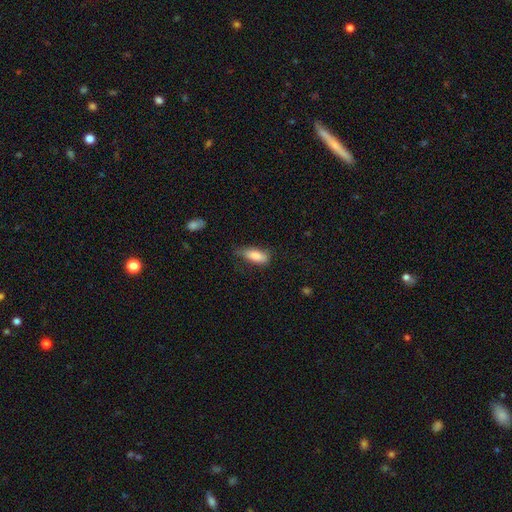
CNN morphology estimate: smooth_or_featured: smooth (p=0.83) [alt: featured or disk p=0.11]
how_rounded: in between (p=0.77) [alt: cigar-shaped p=0.20]
merging: none (p=0.52) [alt: minor disturbance p=0.36]